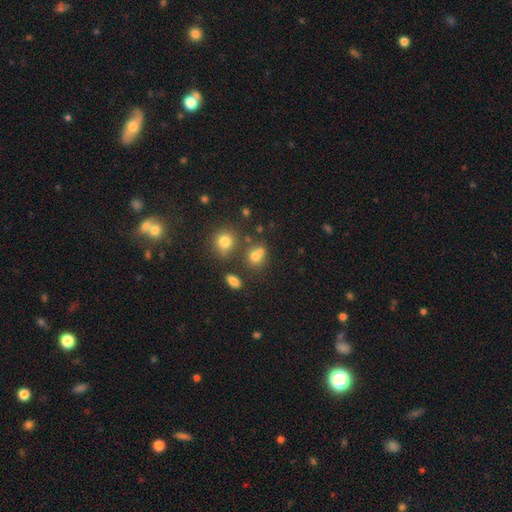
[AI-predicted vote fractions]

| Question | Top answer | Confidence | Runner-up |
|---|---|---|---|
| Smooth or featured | smooth | 72% | star or artifact (17%) |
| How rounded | round | 68% | in between (30%) |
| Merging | none | 47% | merger (37%) |